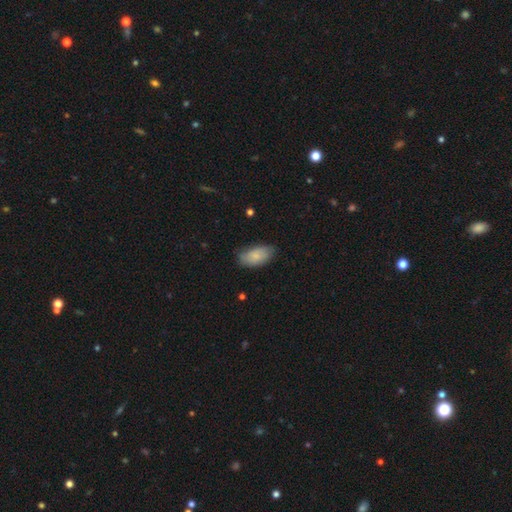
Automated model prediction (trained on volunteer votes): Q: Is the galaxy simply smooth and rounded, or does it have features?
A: smooth — 79%.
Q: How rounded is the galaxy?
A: in between — 94%.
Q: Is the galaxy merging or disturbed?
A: none — 74%.